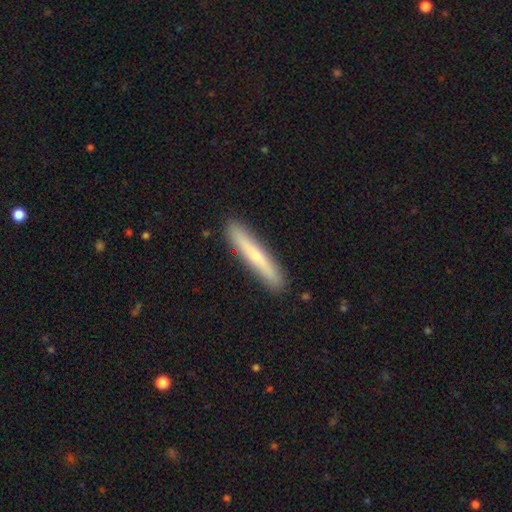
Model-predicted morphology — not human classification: This is possibly a smooth galaxy (49%). Merging: clearly none (90%).